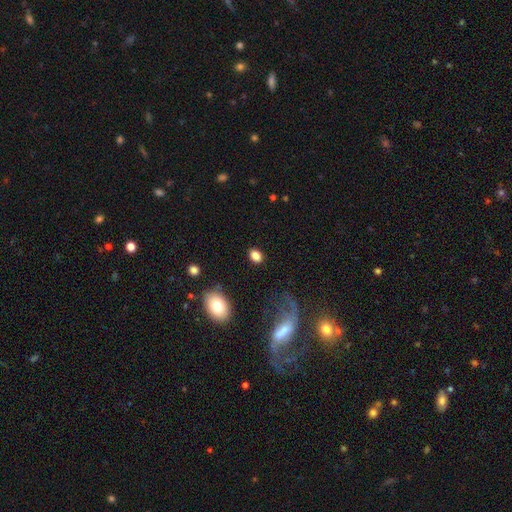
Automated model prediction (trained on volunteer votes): Overall: smooth (84%). How rounded: in between (73%). Merging: none (85%).